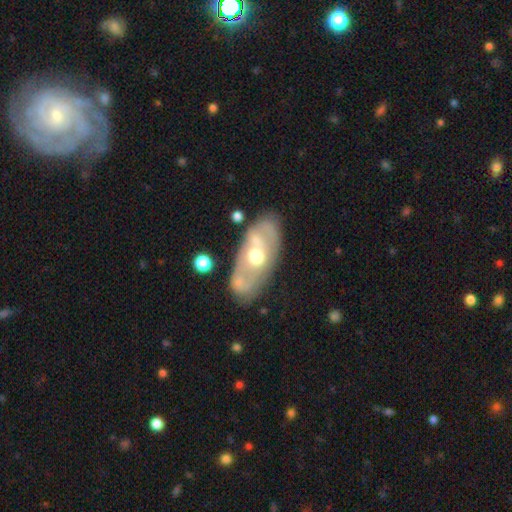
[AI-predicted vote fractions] smooth_or_featured: featured or disk (p=0.62) [alt: smooth p=0.32]
disk_edge_on: no (p=0.87) [alt: yes p=0.13]
bar: no (p=0.76) [alt: weak p=0.18]
has_spiral_arms: no (p=0.64) [alt: yes p=0.36]
bulge_size: moderate (p=0.72) [alt: large p=0.14]
merging: none (p=0.65) [alt: minor disturbance p=0.19]